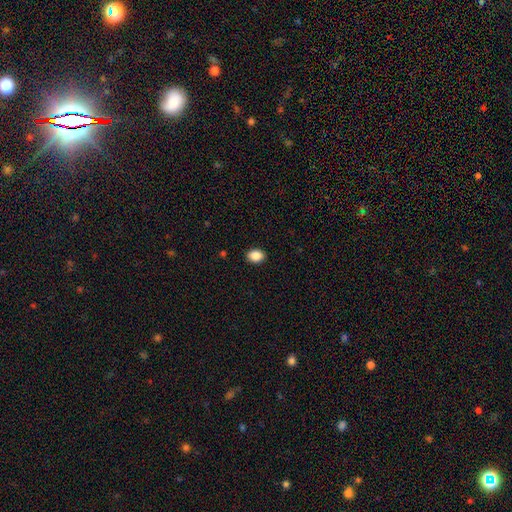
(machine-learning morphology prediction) Smooth or featured: smooth — 88% (star or artifact — 8%)
How rounded: in between — 73% (round — 26%)
Merging: none — 90% (minor disturbance — 7%)